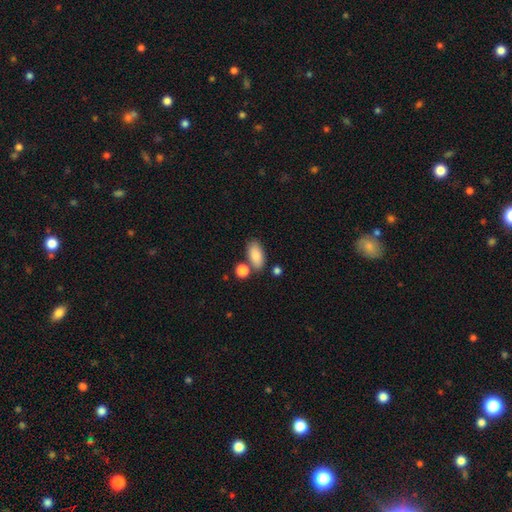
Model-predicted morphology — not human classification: smooth 86%, star or artifact 7%, featured or disk 7%. Down the decision tree: how rounded — in between (89%); merging — none (71%).